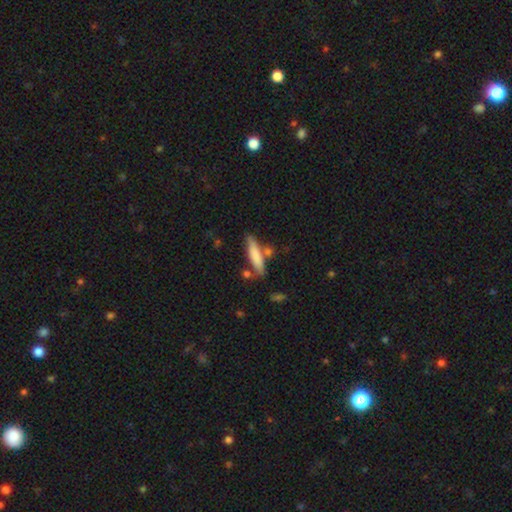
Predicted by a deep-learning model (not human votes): Q: Smooth or featured?
A: smooth (77%); runner-up: featured or disk (17%)
Q: How rounded?
A: cigar-shaped (77%); runner-up: in between (21%)
Q: Merging?
A: none (71%); runner-up: minor disturbance (15%)